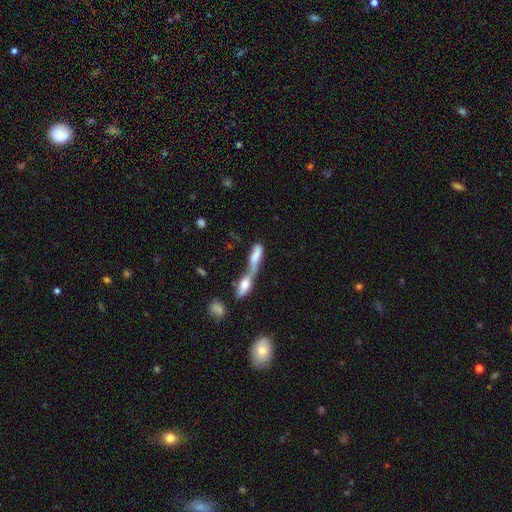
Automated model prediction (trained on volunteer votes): Smooth or featured: smooth — 67% (featured or disk — 24%)
How rounded: in between — 56% (cigar-shaped — 39%)
Merging: merger — 80% (none — 9%)